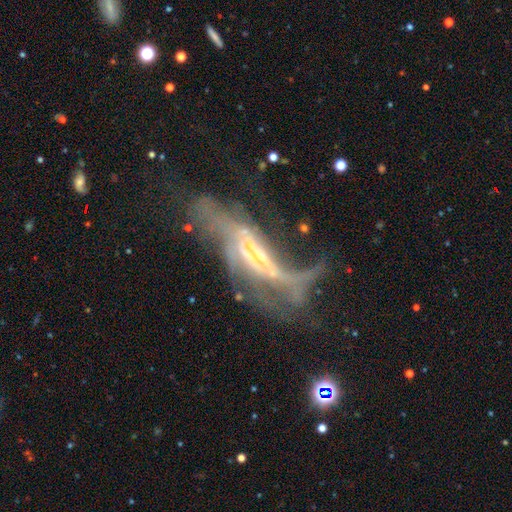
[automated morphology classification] Smooth or featured? Predicted: featured or disk (p=0.74). Edge-on disk? Predicted: no (p=0.77). Bar? Predicted: no (p=0.52). Spiral arms? Predicted: yes (p=0.61). Bulge size? Predicted: small (p=0.48). Merging? Predicted: major disturbance (p=0.46).